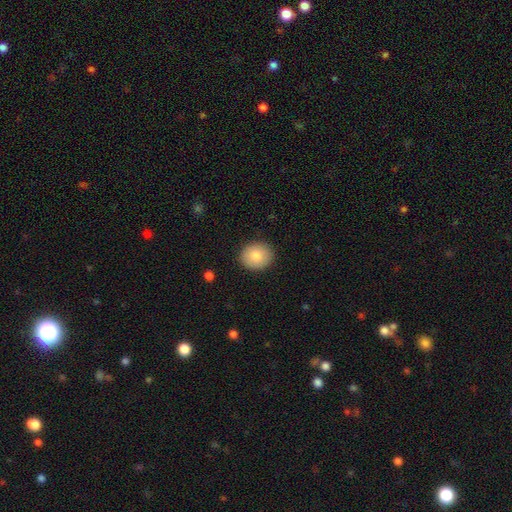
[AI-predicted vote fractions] Morphology: type=smooth (82%); roundness=round (74%); merging=none (90%).